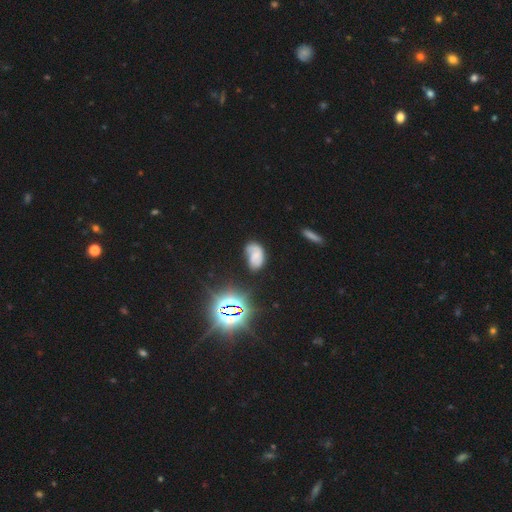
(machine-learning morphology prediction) Smooth or featured? featured or disk (42%)
Merging? none (45%)